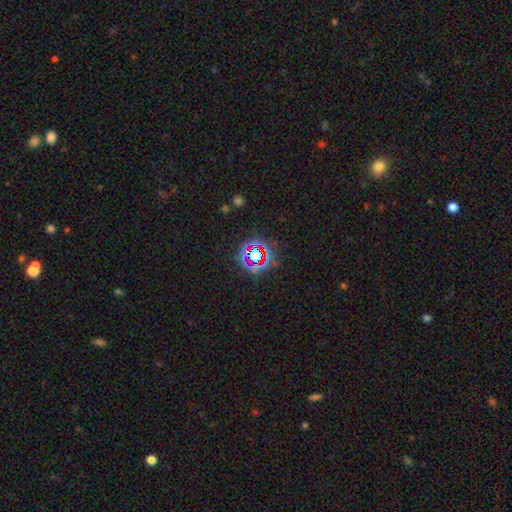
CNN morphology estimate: Q: Smooth or featured?
A: star or artifact (73%); runner-up: smooth (17%)